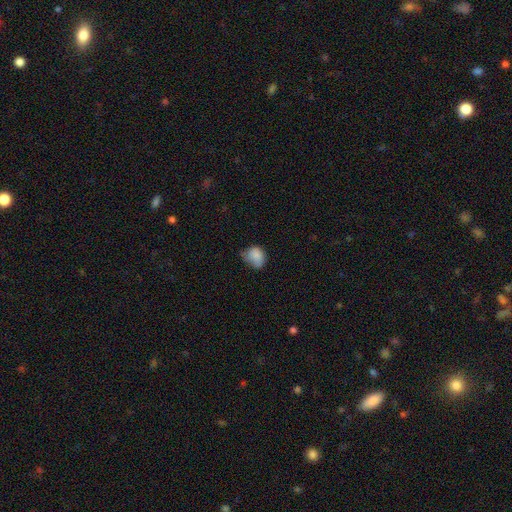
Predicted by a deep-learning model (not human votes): smooth_or_featured: smooth (p=0.82) [alt: star or artifact p=0.09]
how_rounded: in between (p=0.50) [alt: round p=0.49]
merging: minor disturbance (p=0.42) [alt: none p=0.41]